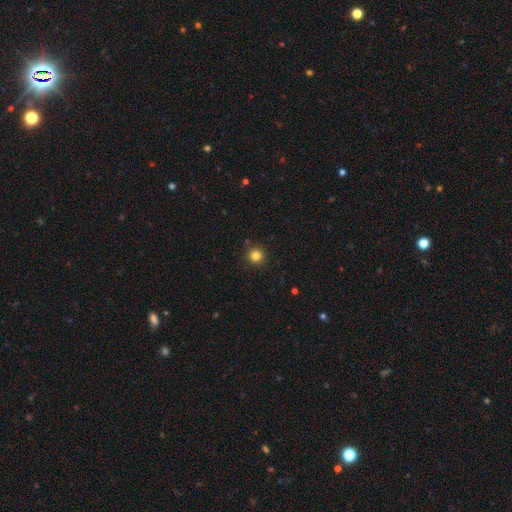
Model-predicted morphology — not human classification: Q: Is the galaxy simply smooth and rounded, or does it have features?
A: smooth — 83%.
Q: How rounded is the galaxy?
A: round — 95%.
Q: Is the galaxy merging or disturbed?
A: none — 91%.